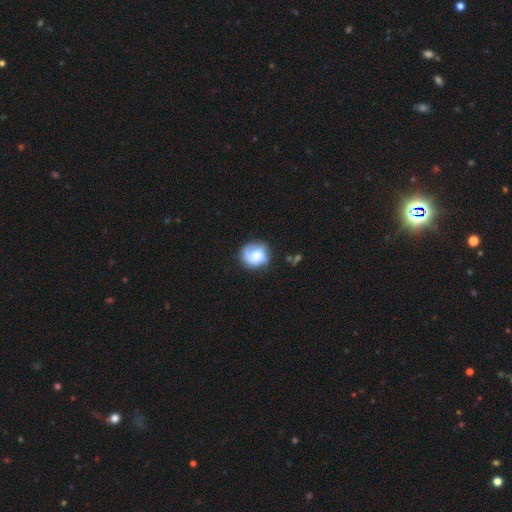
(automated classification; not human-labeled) This appears to be a smooth galaxy with no disk features (52%) that is round (77%). Merging: none (63%).